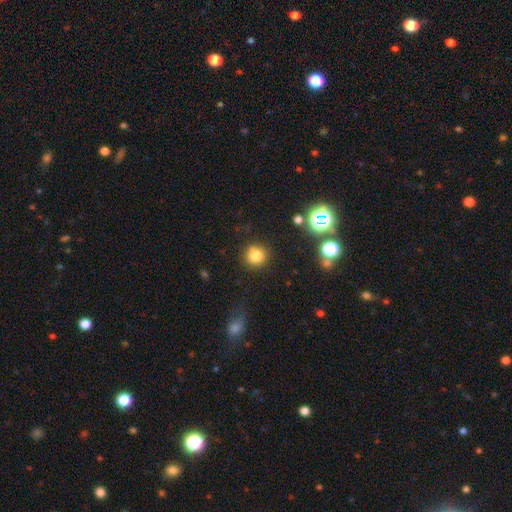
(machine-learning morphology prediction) smooth_or_featured: smooth (p=0.79) [alt: star or artifact p=0.14]
how_rounded: round (p=0.89) [alt: in between p=0.10]
merging: none (p=0.84) [alt: minor disturbance p=0.10]